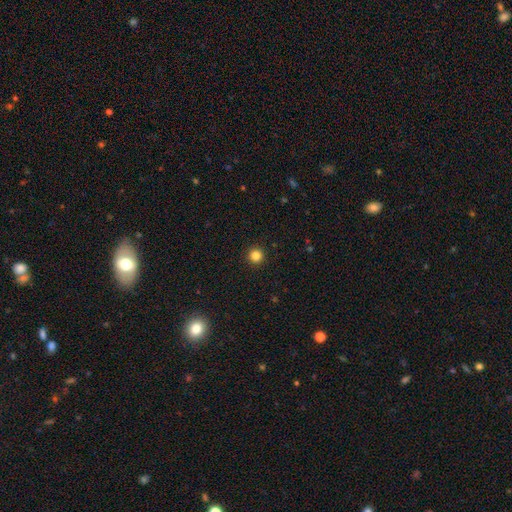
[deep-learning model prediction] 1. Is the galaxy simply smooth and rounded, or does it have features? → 84% smooth, 12% star or artifact, 4% featured or disk.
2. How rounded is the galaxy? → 96% round, 3% in between, 1% cigar-shaped.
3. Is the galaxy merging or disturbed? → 94% none, 4% minor disturbance, 2% major disturbance, 1% merger.